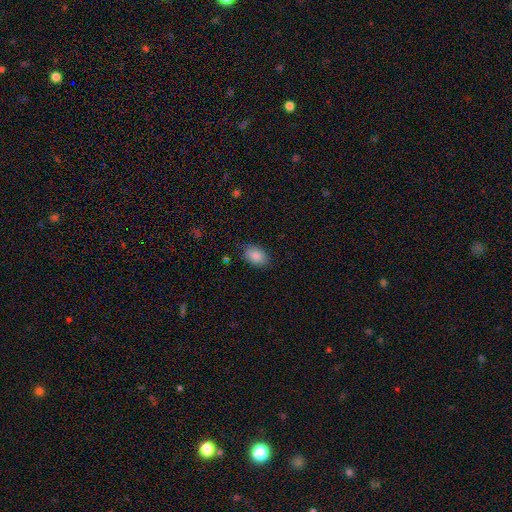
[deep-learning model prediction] Smooth or featured? smooth (87%)
How rounded? in between (87%)
Merging? none (81%)